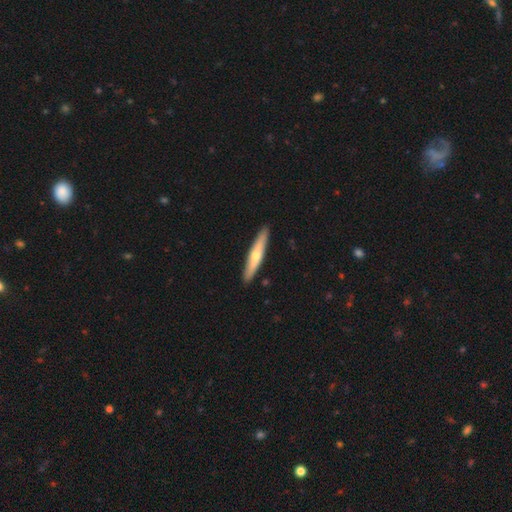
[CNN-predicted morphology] Smooth or featured? smooth (48%)
Merging? none (91%)